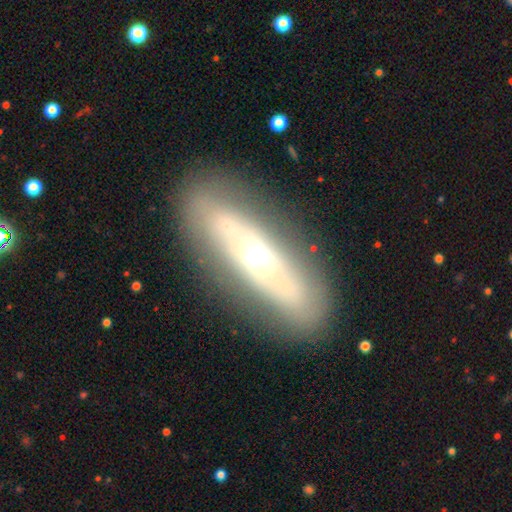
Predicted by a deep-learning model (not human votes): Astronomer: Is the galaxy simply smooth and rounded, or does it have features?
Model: featured or disk — 62%.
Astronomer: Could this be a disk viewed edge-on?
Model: no — 68%.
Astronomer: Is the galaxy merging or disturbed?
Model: none — 79%.